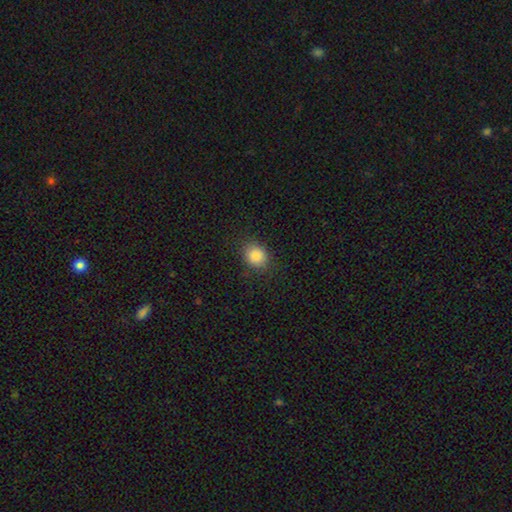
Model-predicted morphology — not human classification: The model was most divided on "how rounded": round: 64%, in between: 35%, cigar-shaped: 1%. More confident: smooth or featured — smooth (86%); merging — none (85%).